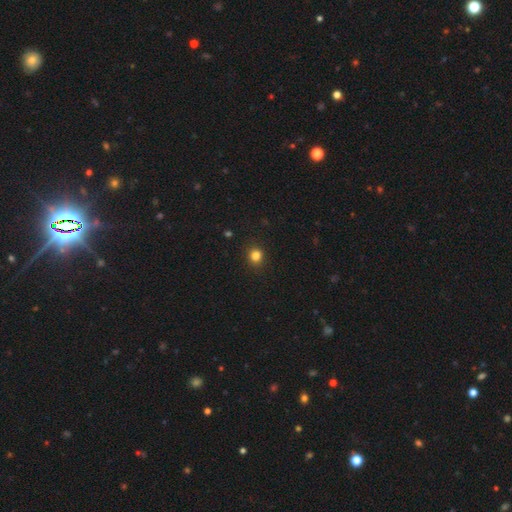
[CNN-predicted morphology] Smooth or featured?
  - smooth: 83% *
  - star or artifact: 13%
  - featured or disk: 4%
How rounded?
  - round: 81% *
  - in between: 18%
  - cigar-shaped: 1%
Merging?
  - none: 90% *
  - minor disturbance: 7%
  - major disturbance: 2%
  - merger: 1%